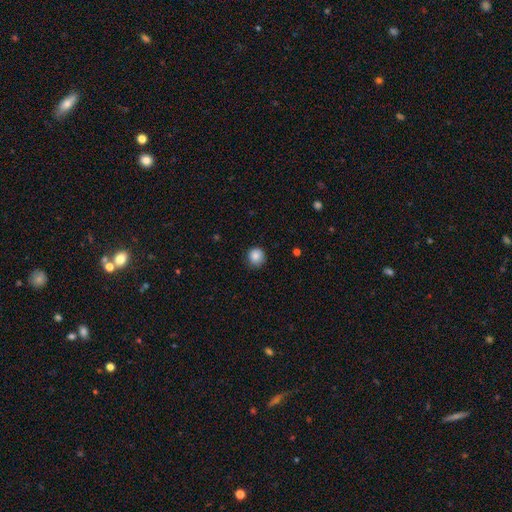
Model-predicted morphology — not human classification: Overall: smooth (86%). How rounded: round (90%). Merging: none (83%).